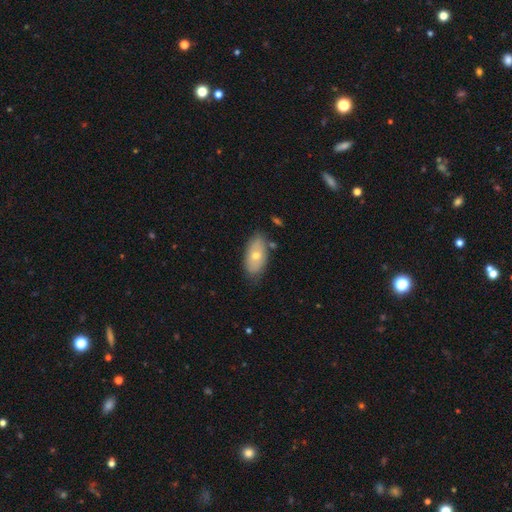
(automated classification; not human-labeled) Smooth or featured? smooth (59%)
How rounded? in between (91%)
Merging? none (77%)